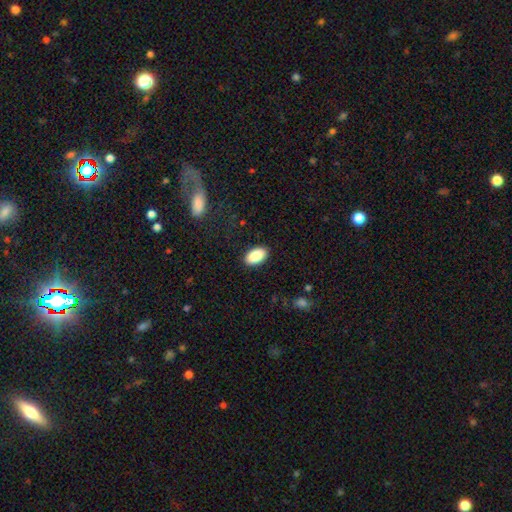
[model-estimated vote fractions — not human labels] This appears to be a smooth galaxy with no disk features (89%) that is in between round and cigar-shaped (94%). Merging: none (89%).